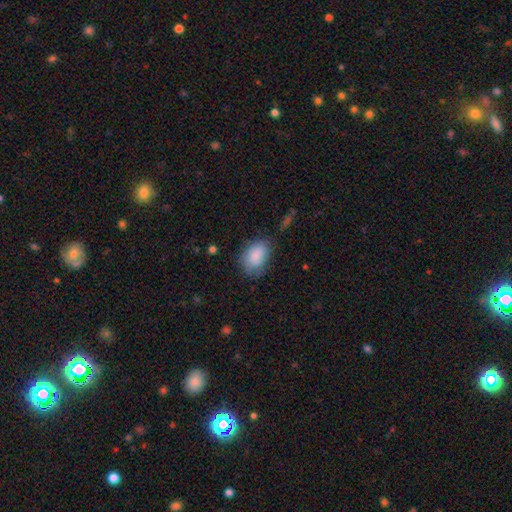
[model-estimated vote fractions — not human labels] The model was most divided on "merging": none: 65%, minor disturbance: 25%, major disturbance: 8%, merger: 2%. More confident: smooth or featured — smooth (86%); how rounded — in between (86%).